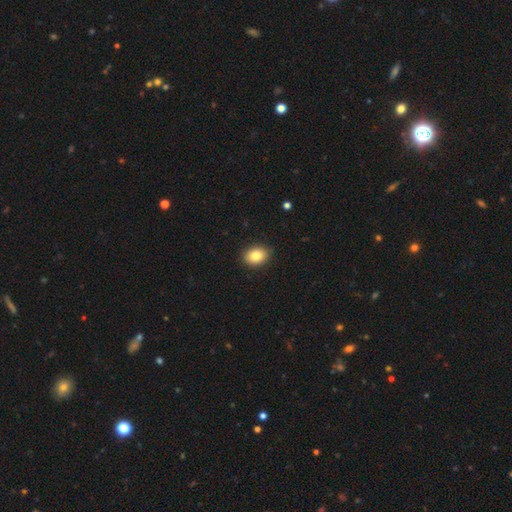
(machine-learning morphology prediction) smooth-or-featured: smooth: 85% | star or artifact: 8% | featured or disk: 6%
  how-rounded: in between: 65% | round: 34% | cigar-shaped: 1%
  merging: none: 88% | minor disturbance: 9% | major disturbance: 2% | merger: 1%